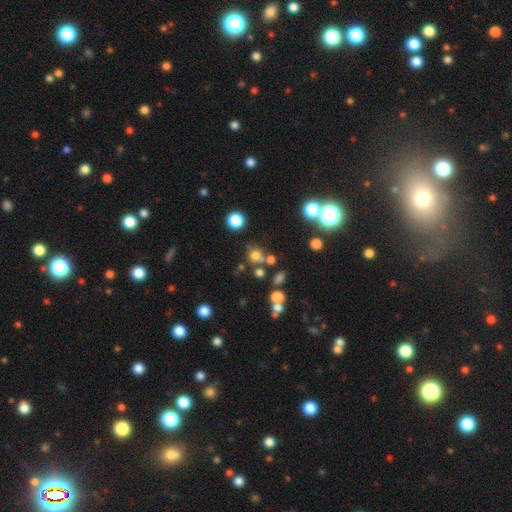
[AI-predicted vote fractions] This is likely a smooth galaxy (69%). How rounded: clearly round (86%). Merging: likely none (61%).